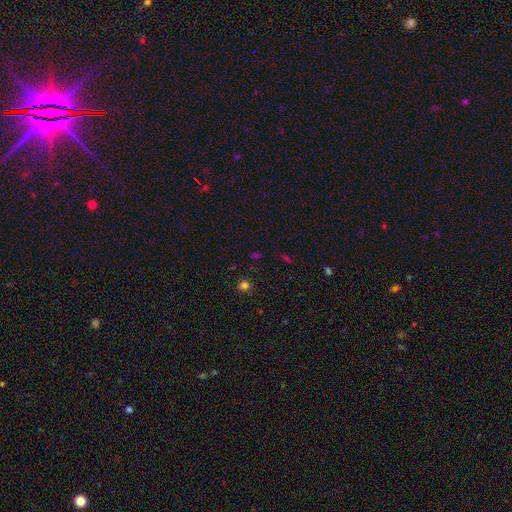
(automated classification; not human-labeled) Overall: star or artifact (51%; smooth 43%).